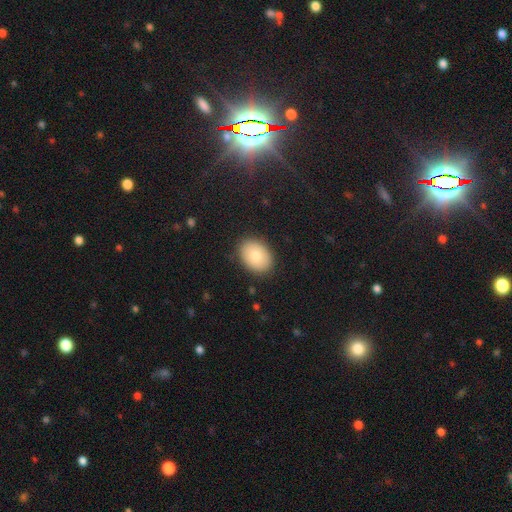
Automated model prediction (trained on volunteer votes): smooth 80%, featured or disk 13%, star or artifact 8%. Down the decision tree: how rounded — in between (72%); merging — none (87%).